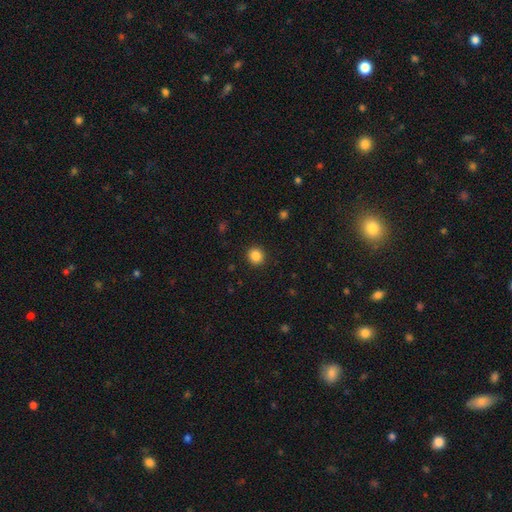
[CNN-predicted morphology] This appears to be a smooth galaxy with no disk features (86%) that is round (90%). Merging: none (92%).